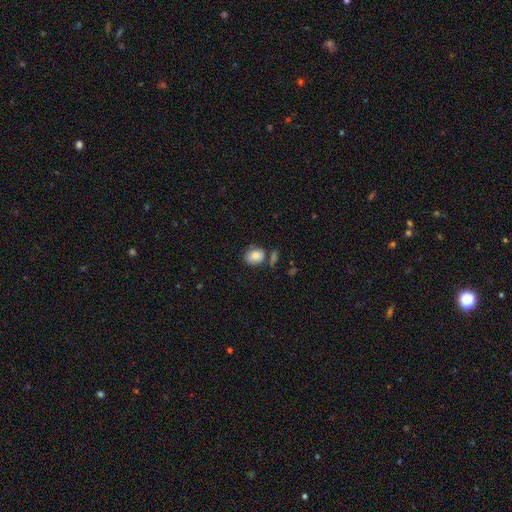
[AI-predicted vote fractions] Q: Smooth or featured?
A: smooth (84%); runner-up: star or artifact (8%)
Q: How rounded?
A: in between (65%); runner-up: round (34%)
Q: Merging?
A: none (58%); runner-up: minor disturbance (22%)